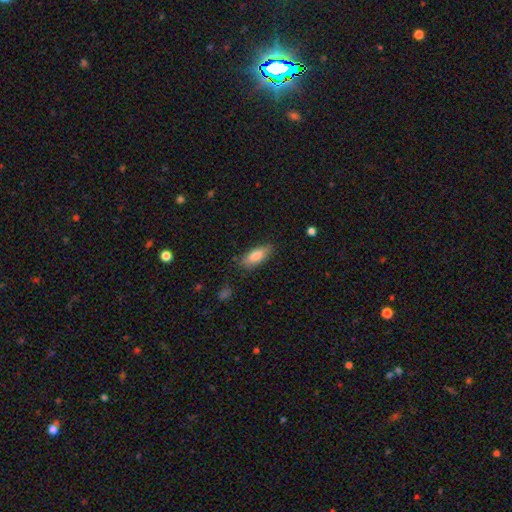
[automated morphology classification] smooth-or-featured: smooth: 81% | featured or disk: 13% | star or artifact: 6%
  how-rounded: in between: 76% | cigar-shaped: 22% | round: 2%
  merging: none: 78% | minor disturbance: 17% | major disturbance: 3% | merger: 2%